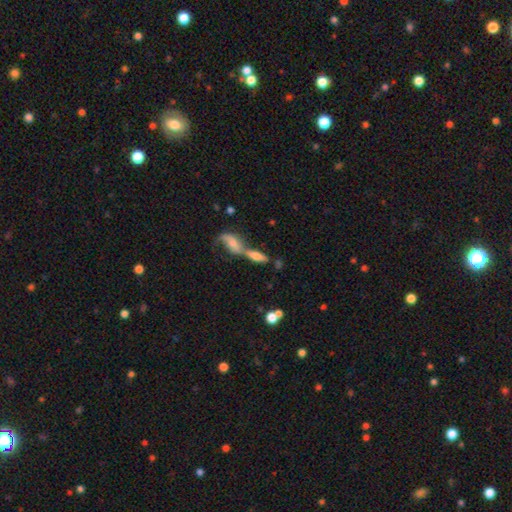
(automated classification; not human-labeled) Smooth or featured?
  - smooth: 53% *
  - featured or disk: 37%
  - star or artifact: 9%
How rounded?
  - in between: 62% *
  - cigar-shaped: 34%
  - round: 5%
Merging?
  - merger: 62% *
  - none: 25%
  - minor disturbance: 8%
  - major disturbance: 6%